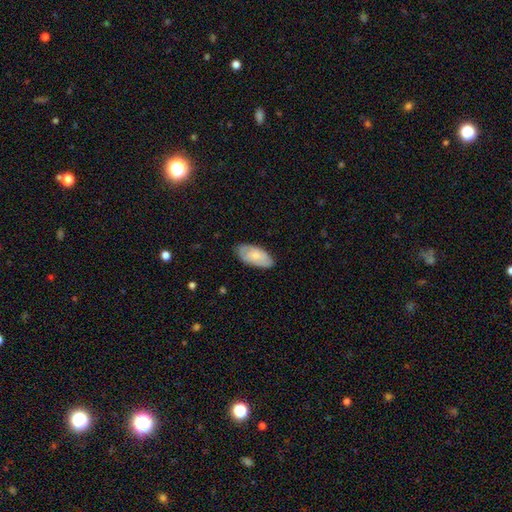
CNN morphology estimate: A smooth galaxy with no disk features (68%) that is in between round and cigar-shaped (93%). Merging: none (78%).